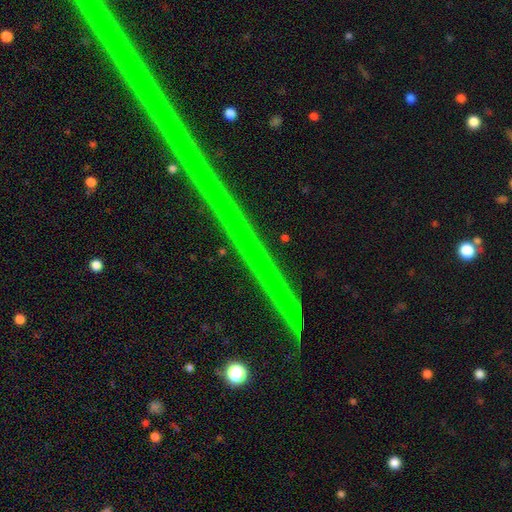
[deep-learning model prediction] Smooth or featured? Predicted: star or artifact (p=0.74).